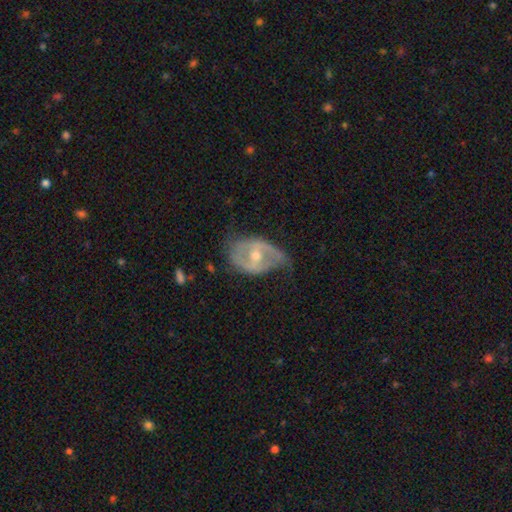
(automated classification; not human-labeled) smooth_or_featured: featured or disk (p=0.75) [alt: smooth p=0.20]
disk_edge_on: no (p=0.94) [alt: yes p=0.06]
bar: weak (p=0.39) [alt: strong p=0.32]
has_spiral_arms: yes (p=0.65) [alt: no p=0.35]
bulge_size: moderate (p=0.65) [alt: small p=0.31]
merging: none (p=0.48) [alt: minor disturbance p=0.33]